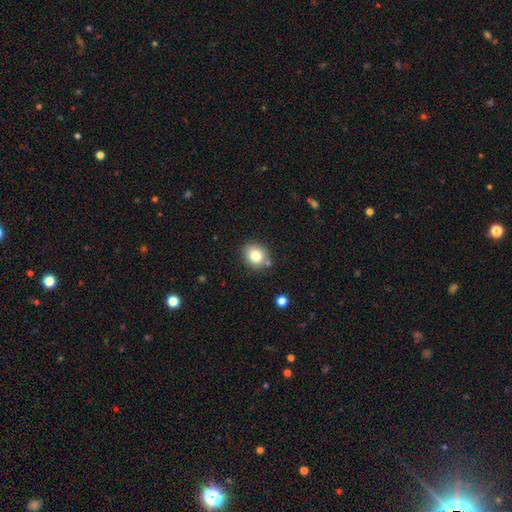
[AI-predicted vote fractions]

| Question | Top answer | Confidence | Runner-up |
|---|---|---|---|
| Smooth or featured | smooth | 80% | star or artifact (11%) |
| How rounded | round | 66% | in between (33%) |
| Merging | none | 79% | minor disturbance (12%) |